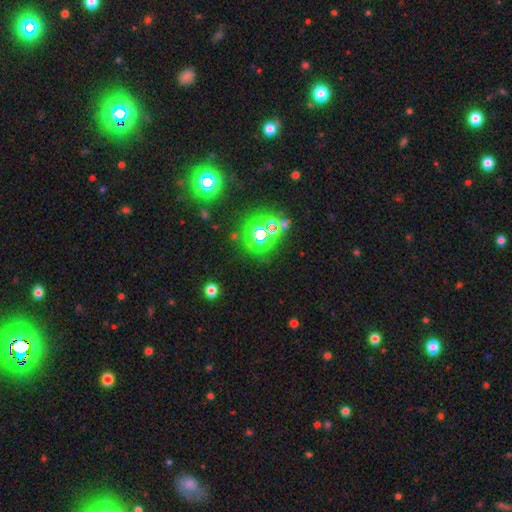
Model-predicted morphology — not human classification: Smooth or featured? Predicted: star or artifact (p=0.55).